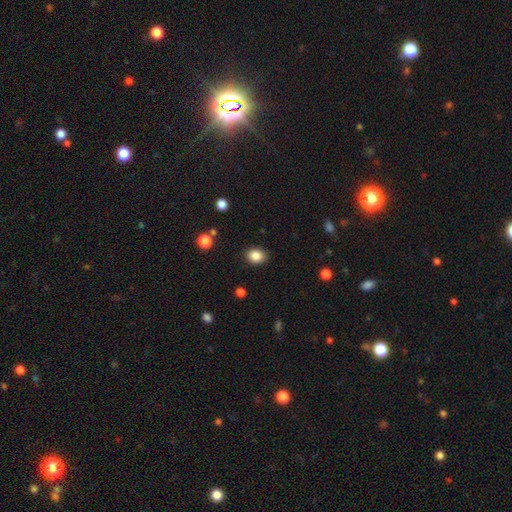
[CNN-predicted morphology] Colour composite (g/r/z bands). It shows a smooth galaxy with no disk features (86%) that is round (51%). Merging: none (88%).